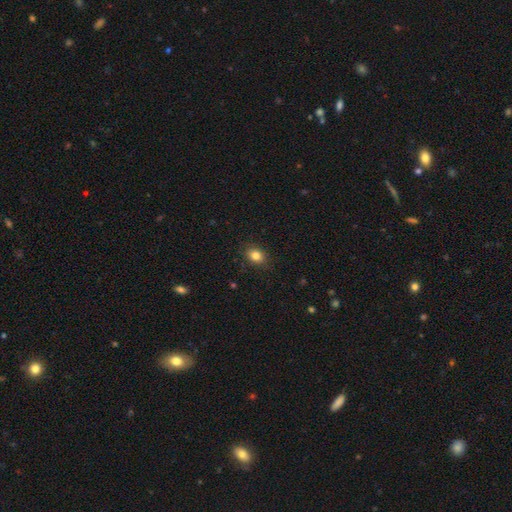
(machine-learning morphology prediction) A smooth galaxy with no disk features (83%) that is in between round and cigar-shaped (59%).

Vote fractions:
- Smooth or featured? smooth: 83% / star or artifact: 10% / featured or disk: 6%
- How rounded? in between: 59% / round: 40% / cigar-shaped: 1%
- Merging? none: 88% / minor disturbance: 9% / major disturbance: 2% / merger: 1%